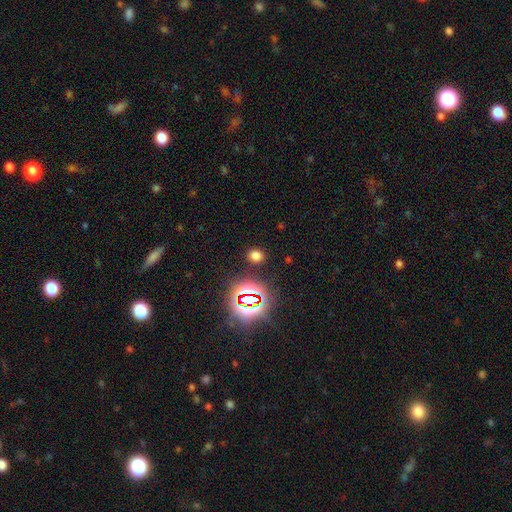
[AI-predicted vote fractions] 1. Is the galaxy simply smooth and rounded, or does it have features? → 68% smooth, 27% star or artifact, 6% featured or disk.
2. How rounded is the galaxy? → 67% round, 32% in between, 1% cigar-shaped.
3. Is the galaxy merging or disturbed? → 87% none, 7% minor disturbance, 3% major disturbance, 2% merger.